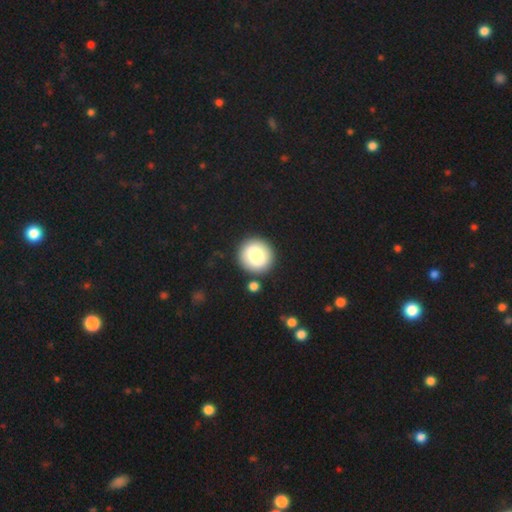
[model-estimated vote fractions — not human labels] smooth_or_featured: smooth (p=0.67) [alt: featured or disk p=0.26]
how_rounded: round (p=0.91) [alt: in between p=0.08]
merging: none (p=0.85) [alt: minor disturbance p=0.08]